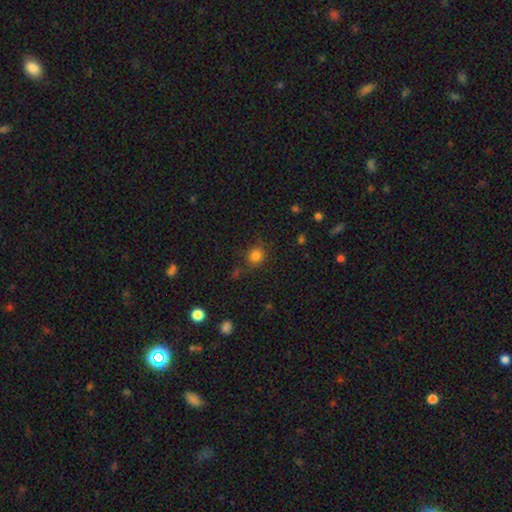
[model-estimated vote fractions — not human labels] This appears to be a smooth galaxy with no disk features (82%) that is round (84%). Merging: none (78%).